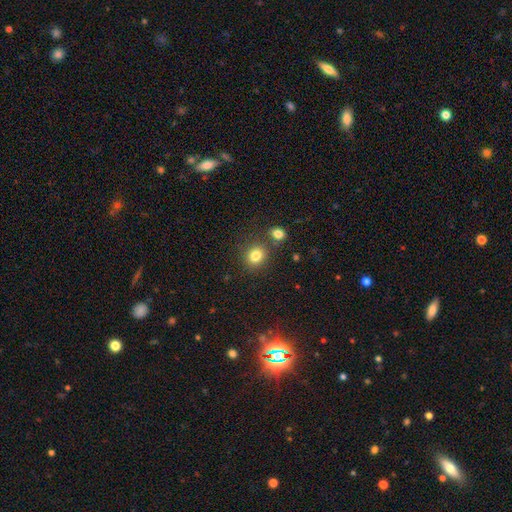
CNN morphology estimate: A smooth galaxy with no disk features (82%) that is round (70%). Merging: none (74%).